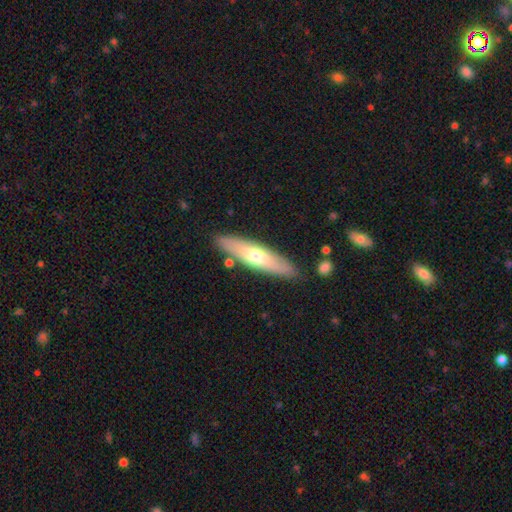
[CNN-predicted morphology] type=smooth (52%); roundness=cigar-shaped (72%); merging=none (86%).